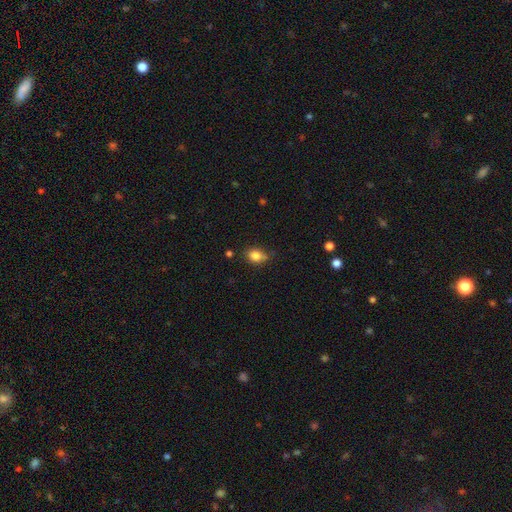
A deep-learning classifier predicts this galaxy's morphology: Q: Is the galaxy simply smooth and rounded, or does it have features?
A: smooth — 82%.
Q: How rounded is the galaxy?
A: in between — 53%.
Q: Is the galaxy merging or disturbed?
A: none — 65%.